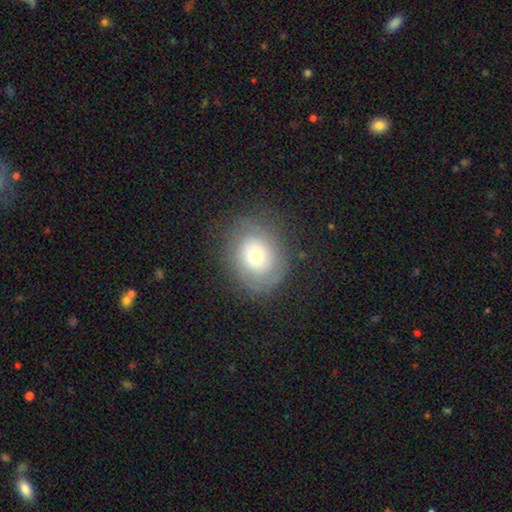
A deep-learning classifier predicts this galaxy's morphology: This is possibly a smooth galaxy (52%). How rounded: likely round (67%). Merging: likely none (75%).